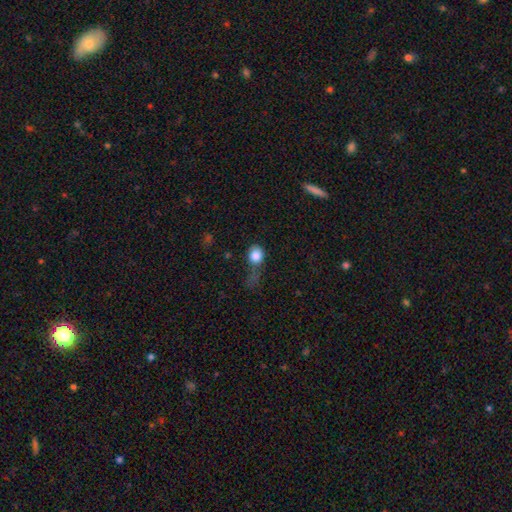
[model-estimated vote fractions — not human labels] Q: Smooth or featured?
A: smooth (82%); runner-up: star or artifact (10%)
Q: How rounded?
A: round (71%); runner-up: in between (27%)
Q: Merging?
A: major disturbance (41%); runner-up: none (27%)